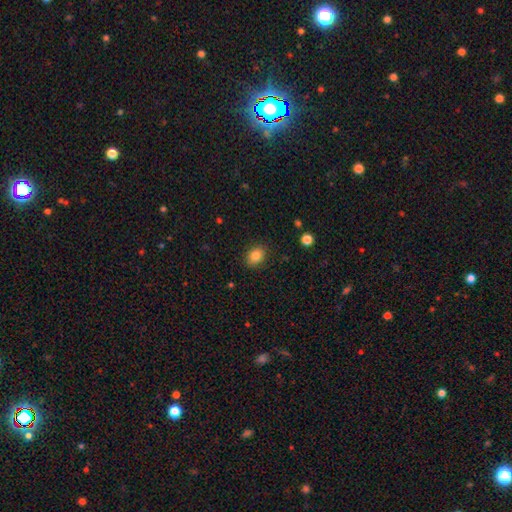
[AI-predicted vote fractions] Smooth or featured: smooth — 84% (star or artifact — 10%)
How rounded: in between — 59% (round — 40%)
Merging: none — 87% (minor disturbance — 9%)